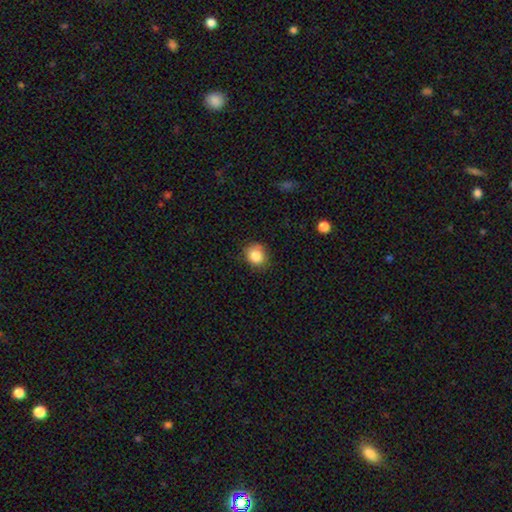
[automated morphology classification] Smooth or featured?
  - smooth: 84% *
  - star or artifact: 10%
  - featured or disk: 6%
How rounded?
  - round: 78% *
  - in between: 21%
  - cigar-shaped: 1%
Merging?
  - none: 79% *
  - minor disturbance: 16%
  - major disturbance: 3%
  - merger: 1%